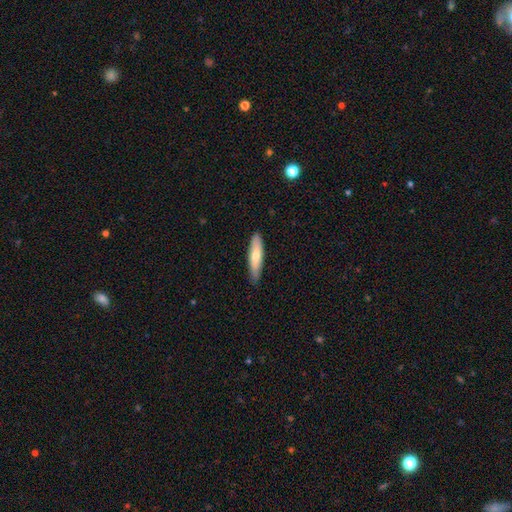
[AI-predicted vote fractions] smooth_or_featured: smooth (p=0.70) [alt: featured or disk p=0.25]
how_rounded: cigar-shaped (p=0.77) [alt: in between p=0.22]
merging: none (p=0.86) [alt: minor disturbance p=0.11]